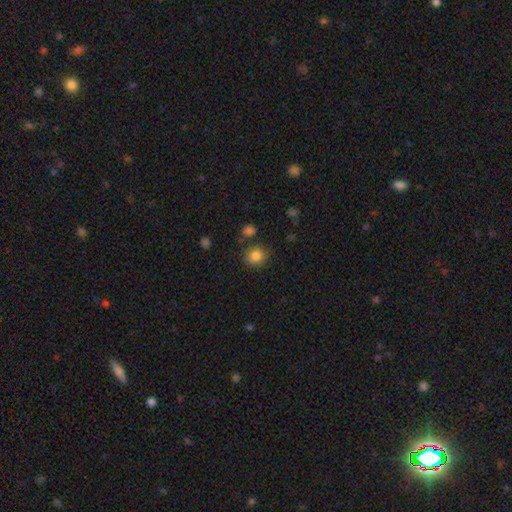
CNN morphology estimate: smooth-or-featured: smooth: 84% | star or artifact: 10% | featured or disk: 6%
  how-rounded: round: 82% | in between: 17% | cigar-shaped: 1%
  merging: none: 80% | minor disturbance: 12% | merger: 5% | major disturbance: 3%